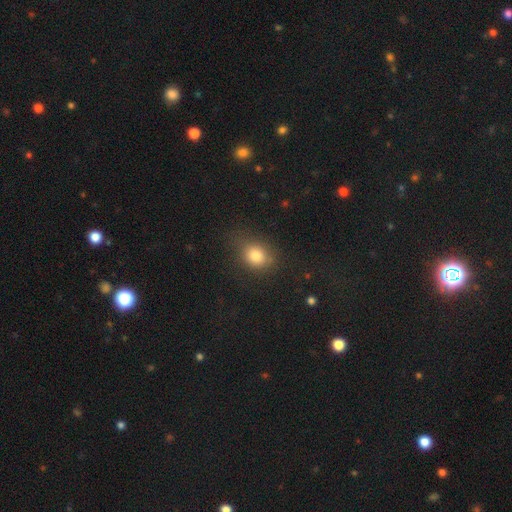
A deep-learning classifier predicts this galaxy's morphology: The model was most divided on "how rounded": round: 55%, in between: 44%, cigar-shaped: 1%. More confident: smooth or featured — smooth (80%); merging — none (69%).